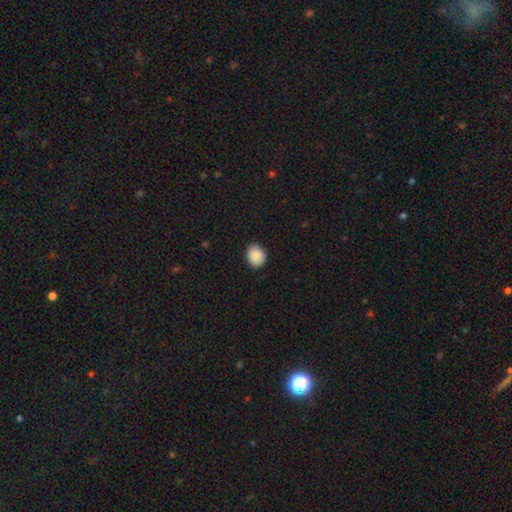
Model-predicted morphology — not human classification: Smooth or featured: smooth — 90% (star or artifact — 7%)
How rounded: round — 60% (in between — 39%)
Merging: none — 86% (minor disturbance — 11%)